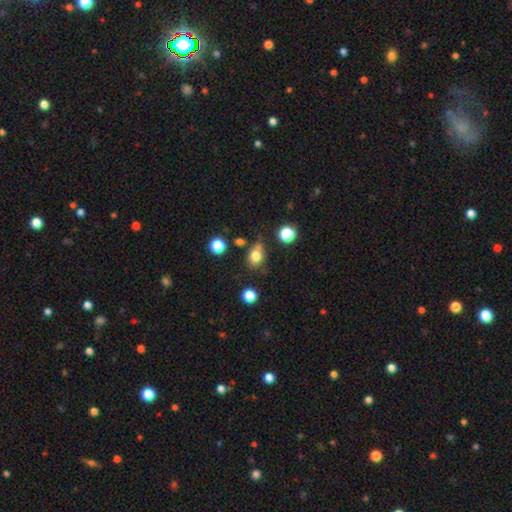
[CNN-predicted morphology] Smooth or featured? Predicted: smooth (p=0.78). How rounded? Predicted: in between (p=0.56). Merging? Predicted: none (p=0.61).